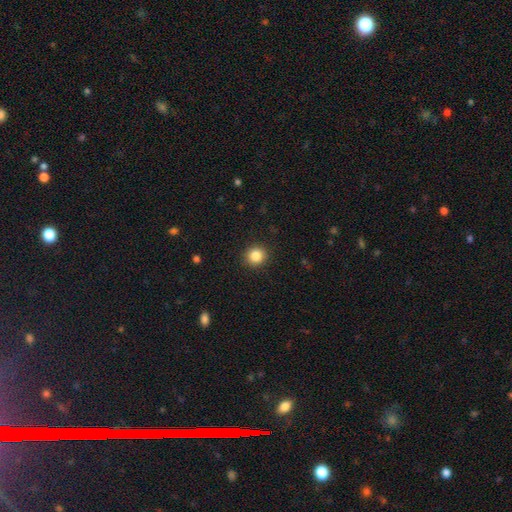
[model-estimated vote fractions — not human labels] smooth 85%, star or artifact 10%, featured or disk 5%. Down the decision tree: how rounded — round (89%); merging — none (91%).